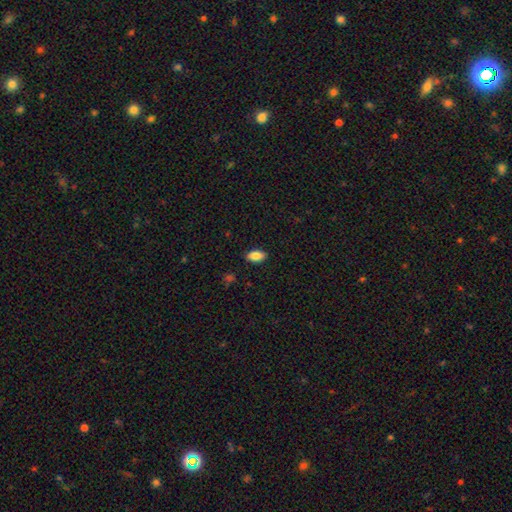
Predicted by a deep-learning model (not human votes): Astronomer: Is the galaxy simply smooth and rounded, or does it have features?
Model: smooth — 85%.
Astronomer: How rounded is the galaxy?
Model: in between — 92%.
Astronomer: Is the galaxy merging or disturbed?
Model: none — 89%.